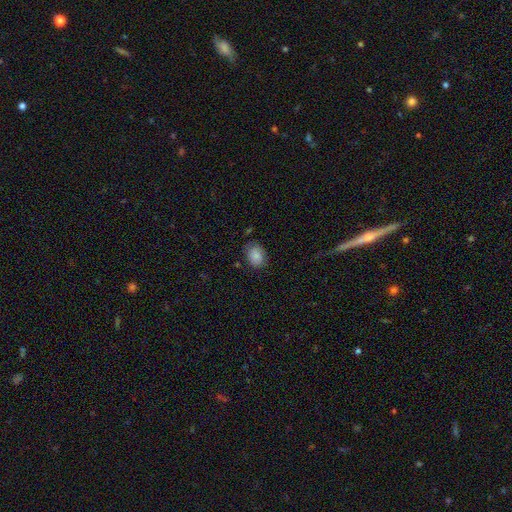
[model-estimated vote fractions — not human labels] smooth_or_featured: smooth (p=0.80) [alt: featured or disk p=0.12]
how_rounded: in between (p=0.64) [alt: round p=0.35]
merging: none (p=0.72) [alt: minor disturbance p=0.21]